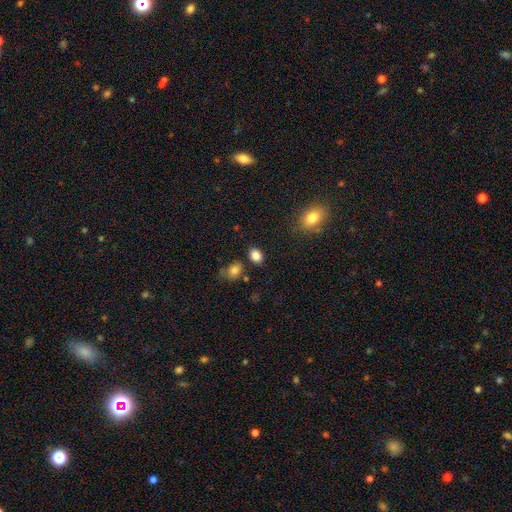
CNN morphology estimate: A smooth galaxy with no disk features (85%) that is in between round and cigar-shaped (69%). Merging: none (79%).